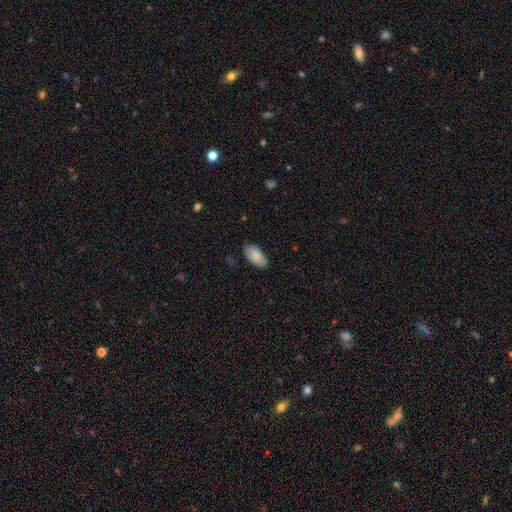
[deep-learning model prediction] Smooth or featured? Predicted: smooth (p=0.82). How rounded? Predicted: in between (p=0.95). Merging? Predicted: none (p=0.79).